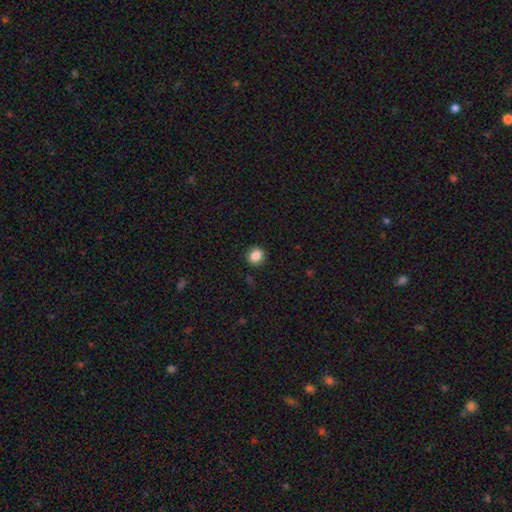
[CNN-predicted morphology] This is clearly a smooth galaxy (86%). How rounded: likely round (75%). Merging: clearly none (87%).